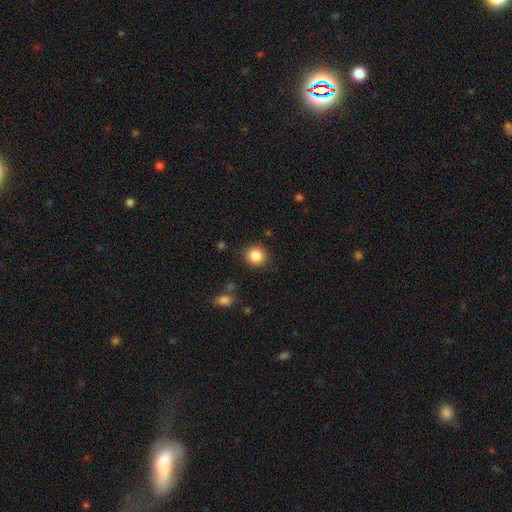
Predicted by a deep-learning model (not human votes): smooth 86%, star or artifact 10%, featured or disk 4%. Down the decision tree: how rounded — round (88%); merging — none (87%).